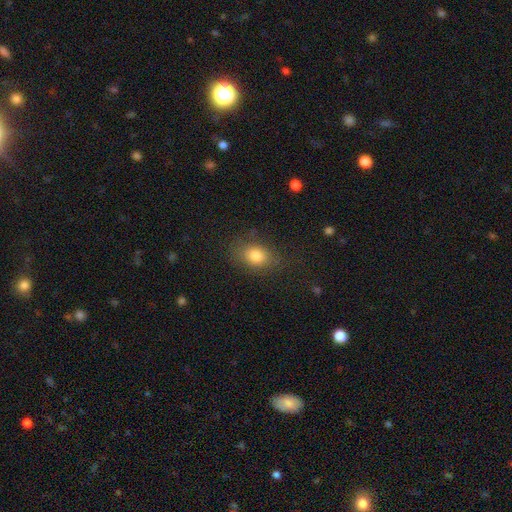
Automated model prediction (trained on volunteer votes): smooth 81%, star or artifact 10%, featured or disk 9%. Down the decision tree: how rounded — in between (71%); merging — none (75%).